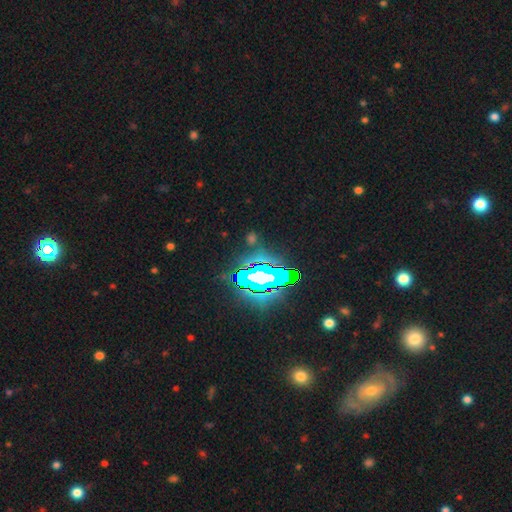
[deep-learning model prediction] smooth_or_featured: star or artifact (p=0.82) [alt: smooth p=0.10]